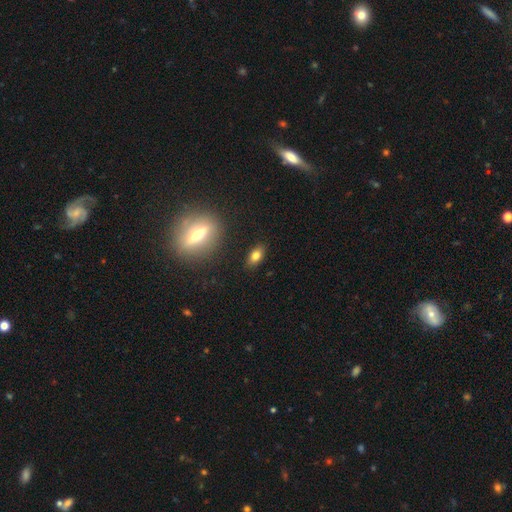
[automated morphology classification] Q: Smooth or featured?
A: smooth (75%); runner-up: featured or disk (15%)
Q: How rounded?
A: in between (80%); runner-up: round (10%)
Q: Merging?
A: none (86%); runner-up: minor disturbance (9%)